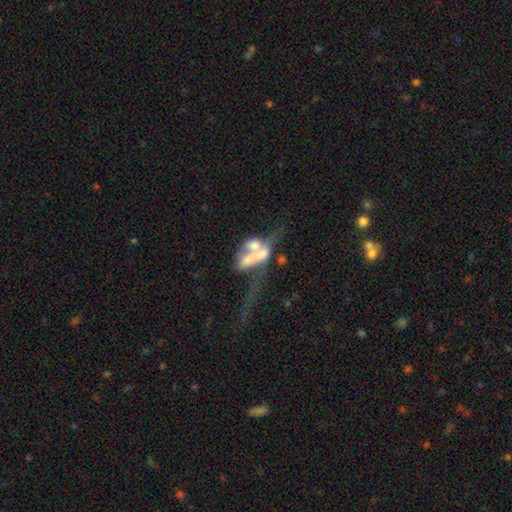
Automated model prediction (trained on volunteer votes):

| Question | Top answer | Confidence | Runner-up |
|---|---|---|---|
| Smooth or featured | featured or disk | 48% | smooth (41%) |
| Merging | merger | 62% | major disturbance (21%) |